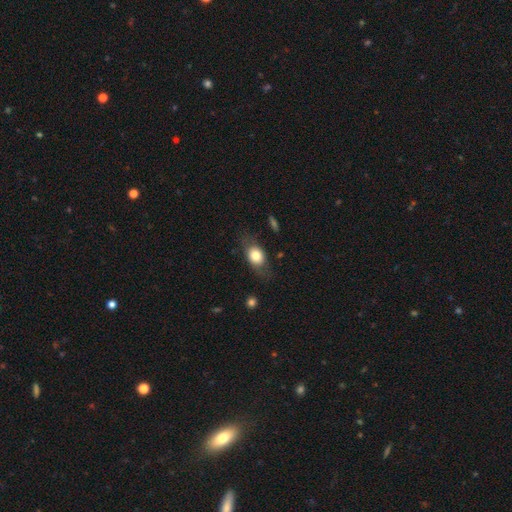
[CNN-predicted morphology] smooth 72%, featured or disk 21%, star or artifact 7%. Down the decision tree: how rounded — in between (68%); merging — none (69%).